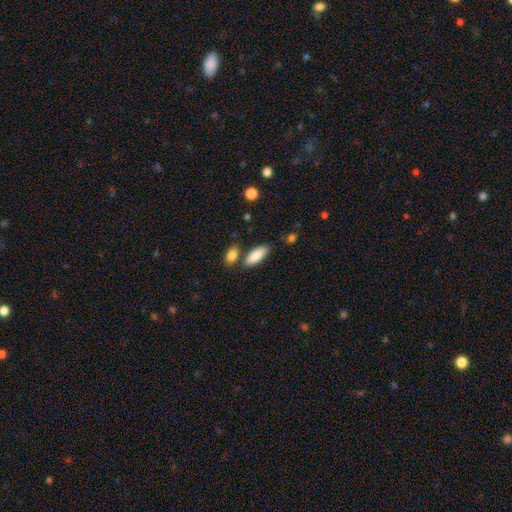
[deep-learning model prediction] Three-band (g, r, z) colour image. It shows a smooth galaxy with no disk features (87%) that is in between round and cigar-shaped (77%). Merging: none (71%).